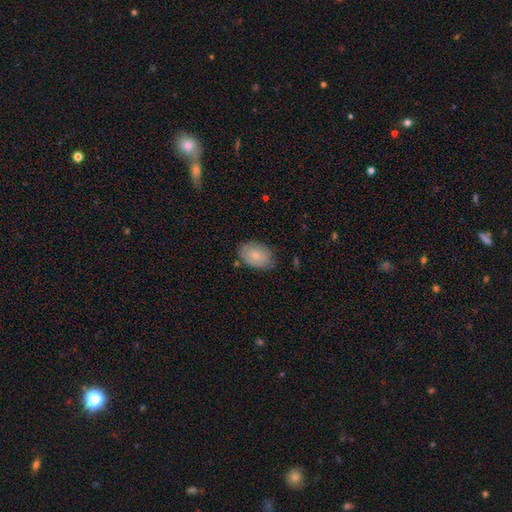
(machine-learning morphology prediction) Smooth or featured? Predicted: smooth (p=0.73). How rounded? Predicted: in between (p=0.86). Merging? Predicted: none (p=0.75).